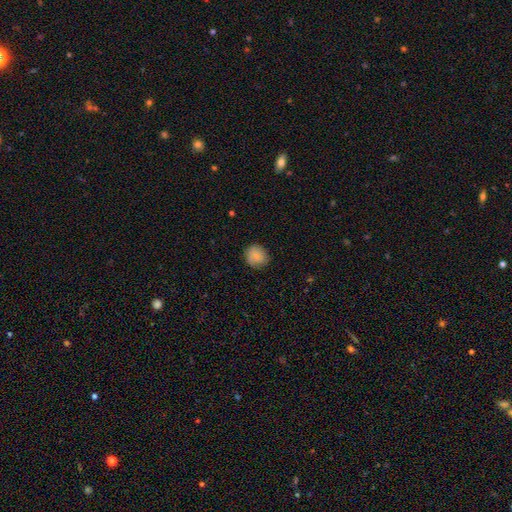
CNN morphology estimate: Smooth or featured?
  - smooth: 84% *
  - star or artifact: 8%
  - featured or disk: 8%
How rounded?
  - round: 81% *
  - in between: 18%
  - cigar-shaped: 1%
Merging?
  - none: 82% *
  - minor disturbance: 14%
  - major disturbance: 3%
  - merger: 1%